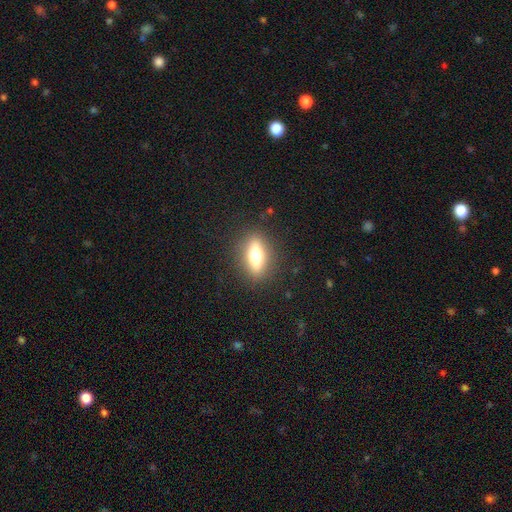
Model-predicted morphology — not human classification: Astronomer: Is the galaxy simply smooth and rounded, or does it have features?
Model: smooth — 54% (runner-up: featured or disk, 37%).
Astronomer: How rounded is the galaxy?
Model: in between — 61%.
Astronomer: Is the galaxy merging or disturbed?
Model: none — 86%.